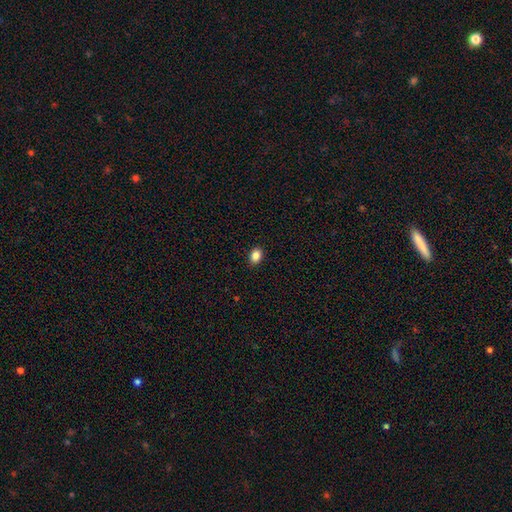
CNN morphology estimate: Smooth or featured? Predicted: smooth (p=0.86). How rounded? Predicted: in between (p=0.71). Merging? Predicted: none (p=0.91).